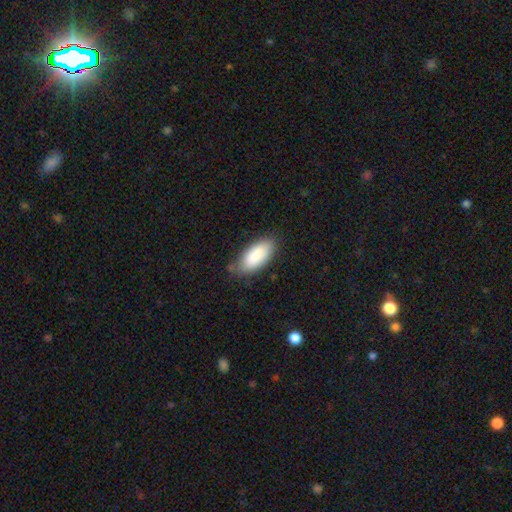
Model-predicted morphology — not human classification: The model was most divided on "merging": none: 76%, minor disturbance: 18%, major disturbance: 4%, merger: 2%. More confident: how rounded — in between (89%); smooth or featured — smooth (87%).